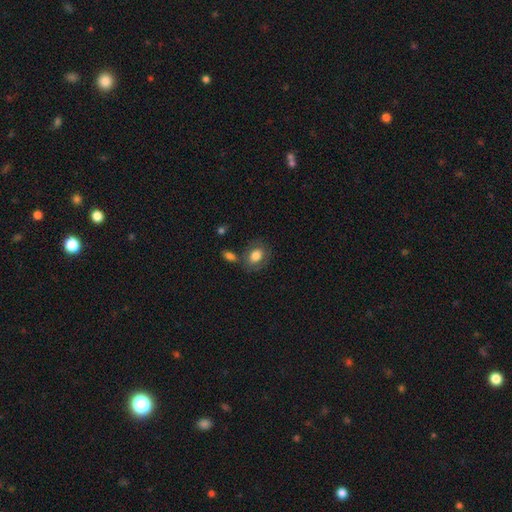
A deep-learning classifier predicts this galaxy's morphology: The model was most divided on "how rounded": in between: 71%, round: 28%, cigar-shaped: 1%. More confident: smooth or featured — smooth (79%); merging — none (67%).